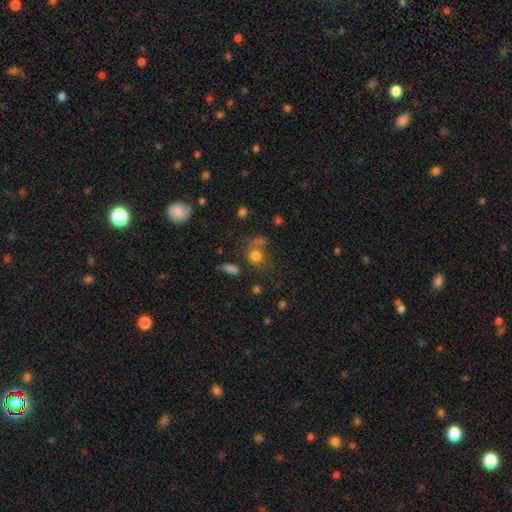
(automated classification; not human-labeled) Morphology: type=smooth (75%); roundness=round (76%); merging=none (55%).